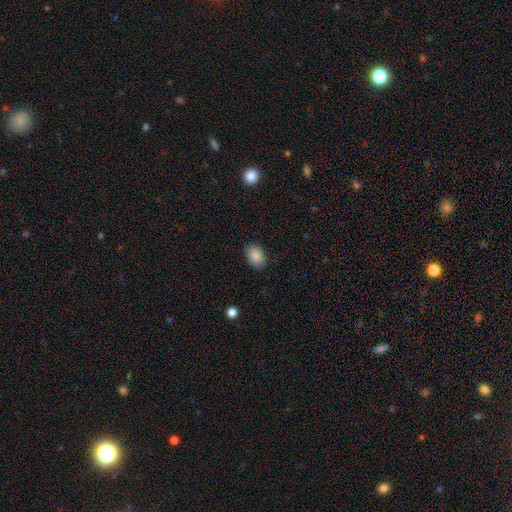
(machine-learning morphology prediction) Q: Smooth or featured?
A: smooth (88%); runner-up: star or artifact (8%)
Q: How rounded?
A: in between (76%); runner-up: round (23%)
Q: Merging?
A: none (86%); runner-up: minor disturbance (10%)